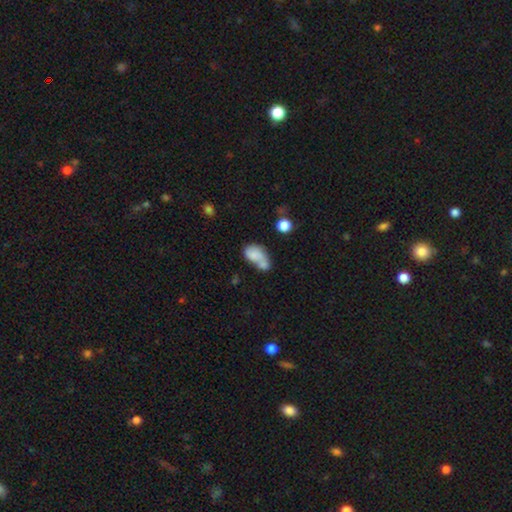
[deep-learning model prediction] Smooth or featured? smooth (76%)
How rounded? in between (81%)
Merging? merger (58%)